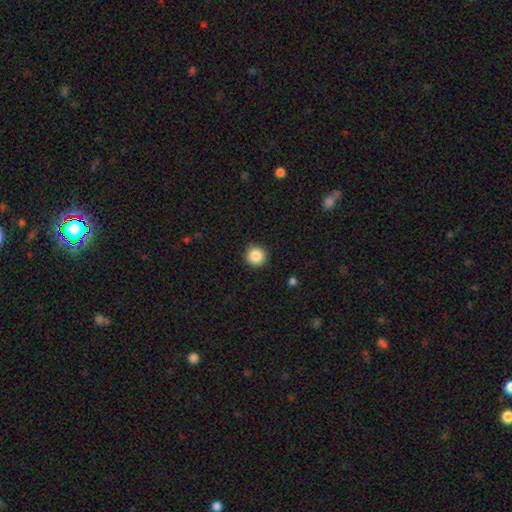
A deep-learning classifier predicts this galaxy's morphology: Q: Smooth or featured?
A: smooth (86%); runner-up: star or artifact (10%)
Q: How rounded?
A: round (96%); runner-up: in between (3%)
Q: Merging?
A: none (92%); runner-up: minor disturbance (5%)